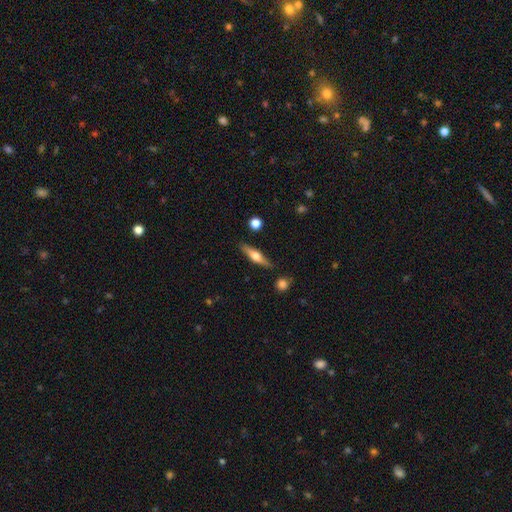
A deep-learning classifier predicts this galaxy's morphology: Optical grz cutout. It shows a featured or disk galaxy (51%) viewed edge-on (93%). Merging: none (85%).